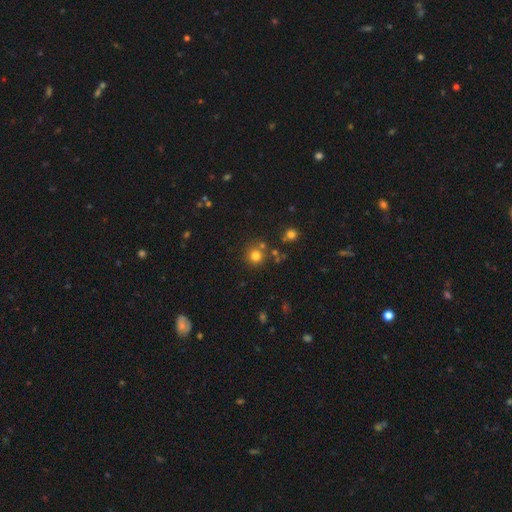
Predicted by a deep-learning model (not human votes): Smooth or featured?
  - smooth: 75% *
  - star or artifact: 16%
  - featured or disk: 8%
How rounded?
  - round: 92% *
  - in between: 7%
  - cigar-shaped: 1%
Merging?
  - none: 74% *
  - merger: 14%
  - minor disturbance: 9%
  - major disturbance: 3%